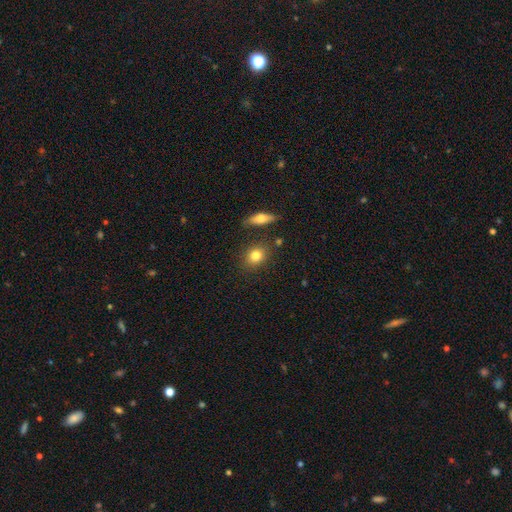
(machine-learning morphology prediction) type=smooth (82%); roundness=round (55%); merging=none (80%).